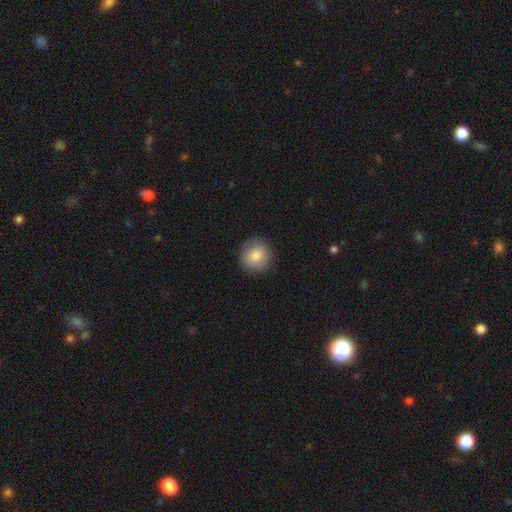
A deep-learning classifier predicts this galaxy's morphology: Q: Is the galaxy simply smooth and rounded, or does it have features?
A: smooth — 83%.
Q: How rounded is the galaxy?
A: round — 91%.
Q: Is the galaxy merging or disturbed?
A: none — 88%.